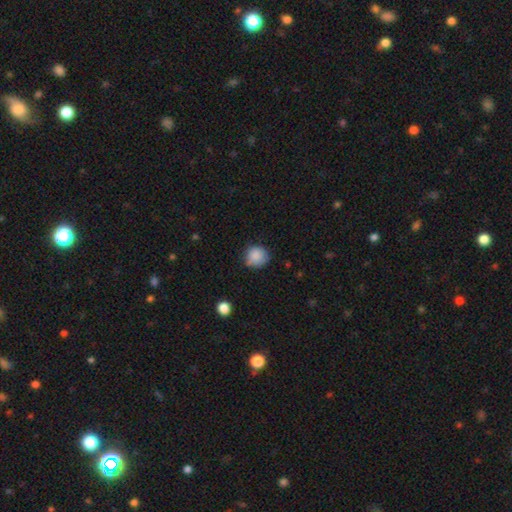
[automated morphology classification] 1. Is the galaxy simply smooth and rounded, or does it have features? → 86% smooth, 9% star or artifact, 6% featured or disk.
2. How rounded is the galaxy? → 88% round, 11% in between, 1% cigar-shaped.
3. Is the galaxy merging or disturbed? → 70% none, 23% minor disturbance, 4% major disturbance, 3% merger.